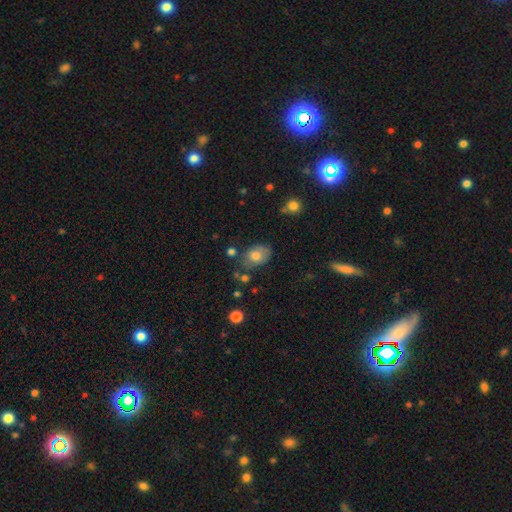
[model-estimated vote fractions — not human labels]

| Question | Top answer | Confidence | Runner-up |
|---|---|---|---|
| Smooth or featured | smooth | 74% | featured or disk (17%) |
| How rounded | in between | 75% | round (24%) |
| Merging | none | 63% | minor disturbance (24%) |